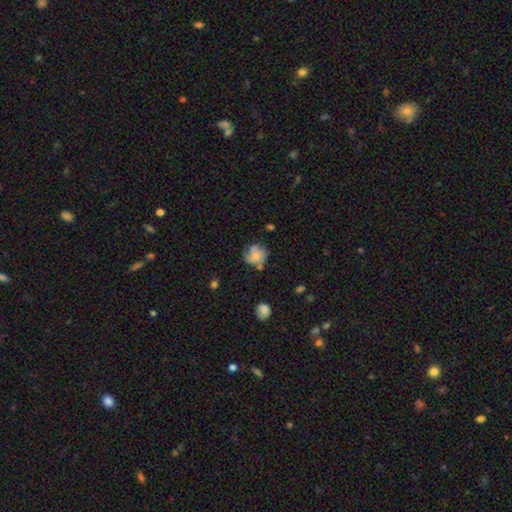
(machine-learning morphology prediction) The model was most divided on "smooth or featured": smooth: 57%, featured or disk: 33%, star or artifact: 9%. More confident: how rounded — round (76%); merging — none (55%).